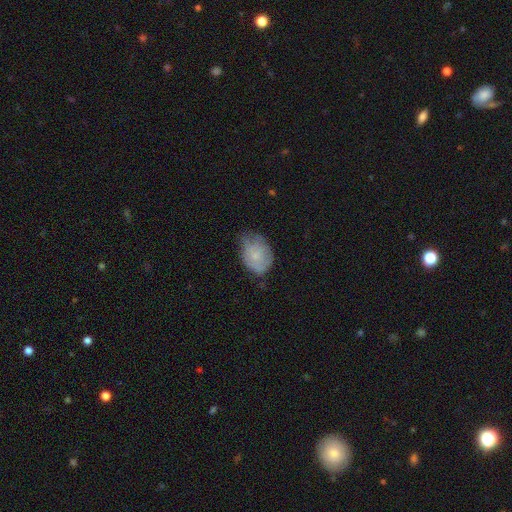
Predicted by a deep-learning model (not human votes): Smooth or featured? smooth (58%)
How rounded? in between (68%)
Merging? none (44%)